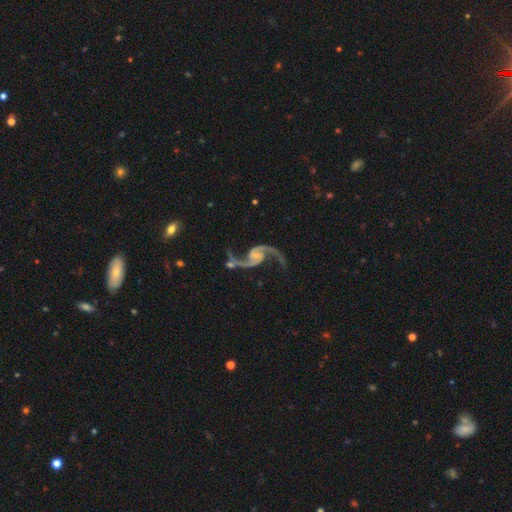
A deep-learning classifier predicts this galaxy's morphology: smooth_or_featured: featured or disk (p=0.93) [alt: star or artifact p=0.04]
disk_edge_on: no (p=0.98) [alt: yes p=0.02]
bar: no (p=0.49) [alt: weak p=0.39]
has_spiral_arms: yes (p=0.98) [alt: no p=0.02]
spiral_winding: loose (p=0.72) [alt: medium p=0.23]
spiral_arm_count: 2 (p=0.94) [alt: 1 p=0.01]
bulge_size: small (p=0.56) [alt: none p=0.24]
merging: none (p=0.60) [alt: minor disturbance p=0.17]